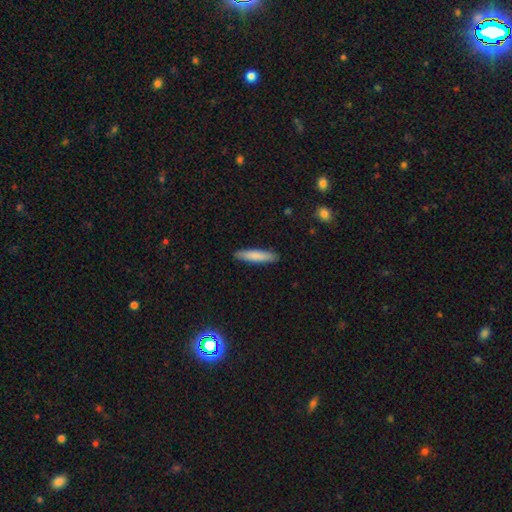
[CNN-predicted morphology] This appears to be a smooth galaxy with no disk features (83%) that is cigar-shaped (84%). Merging: none (90%).